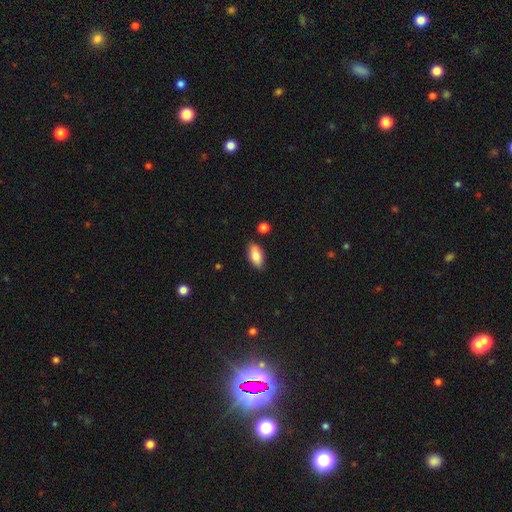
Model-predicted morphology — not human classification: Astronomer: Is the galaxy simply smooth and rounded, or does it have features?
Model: smooth — 84%.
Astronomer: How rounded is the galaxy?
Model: in between — 90%.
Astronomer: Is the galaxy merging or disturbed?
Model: none — 85%.